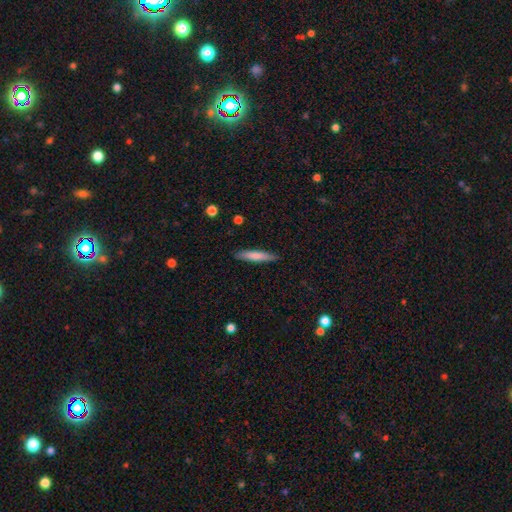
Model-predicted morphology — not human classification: A smooth galaxy with no disk features (74%) that is cigar-shaped (90%). Merging: none (89%).